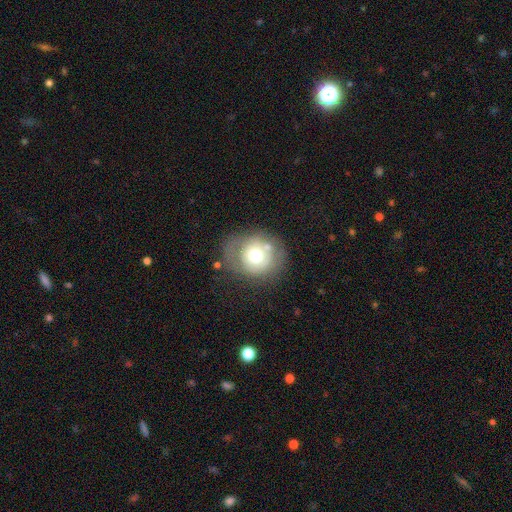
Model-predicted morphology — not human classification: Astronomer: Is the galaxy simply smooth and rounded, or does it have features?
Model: smooth — 57% (runner-up: featured or disk, 34%).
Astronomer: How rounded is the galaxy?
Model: round — 80%.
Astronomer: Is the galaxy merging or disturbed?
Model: none — 53%.